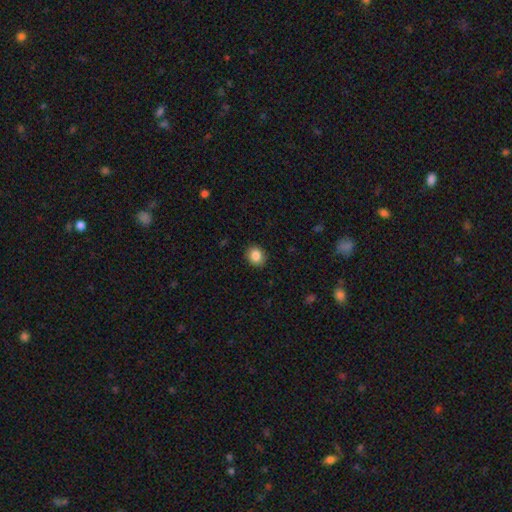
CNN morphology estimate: smooth-or-featured: smooth: 86% | star or artifact: 9% | featured or disk: 5%
  how-rounded: round: 63% | in between: 36% | cigar-shaped: 1%
  merging: none: 88% | minor disturbance: 9% | major disturbance: 2% | merger: 1%